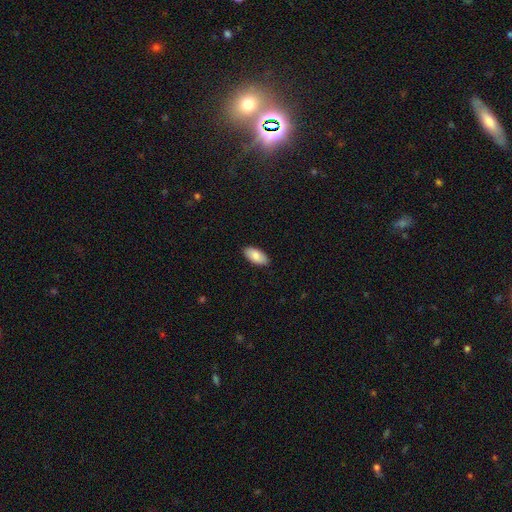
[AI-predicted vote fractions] Smooth or featured: smooth — 85% (featured or disk — 9%)
How rounded: in between — 94% (cigar-shaped — 4%)
Merging: none — 89% (minor disturbance — 8%)